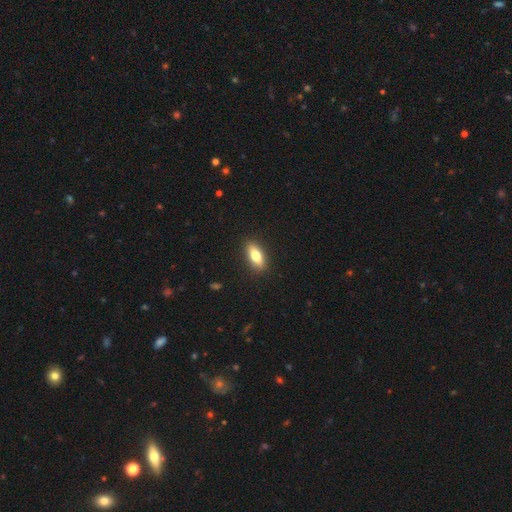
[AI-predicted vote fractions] Smooth or featured?
  - smooth: 75% *
  - featured or disk: 18%
  - star or artifact: 7%
How rounded?
  - in between: 77% *
  - cigar-shaped: 19%
  - round: 4%
Merging?
  - none: 88% *
  - minor disturbance: 9%
  - major disturbance: 2%
  - merger: 1%